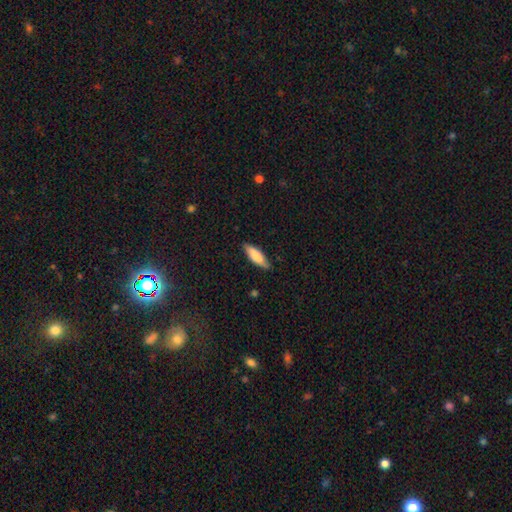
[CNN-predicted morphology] The model was most divided on "how rounded": in between: 52%, cigar-shaped: 46%, round: 2%. More confident: merging — none (81%); smooth or featured — smooth (80%).